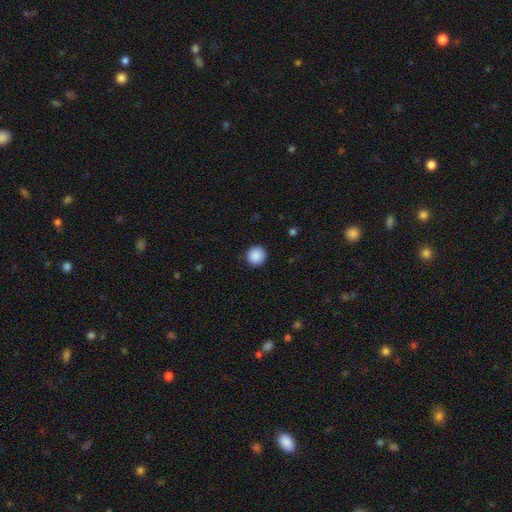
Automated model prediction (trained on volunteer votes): Smooth or featured?
  - smooth: 89% *
  - star or artifact: 8%
  - featured or disk: 3%
How rounded?
  - round: 95% *
  - in between: 4%
  - cigar-shaped: 1%
Merging?
  - none: 92% *
  - minor disturbance: 6%
  - major disturbance: 2%
  - merger: 1%